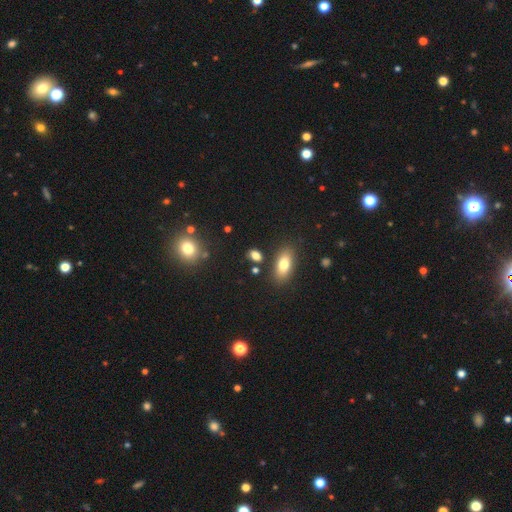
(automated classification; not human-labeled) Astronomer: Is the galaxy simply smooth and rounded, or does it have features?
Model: smooth — 77%.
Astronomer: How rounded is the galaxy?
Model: in between — 77%.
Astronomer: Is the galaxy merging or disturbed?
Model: none — 78%.